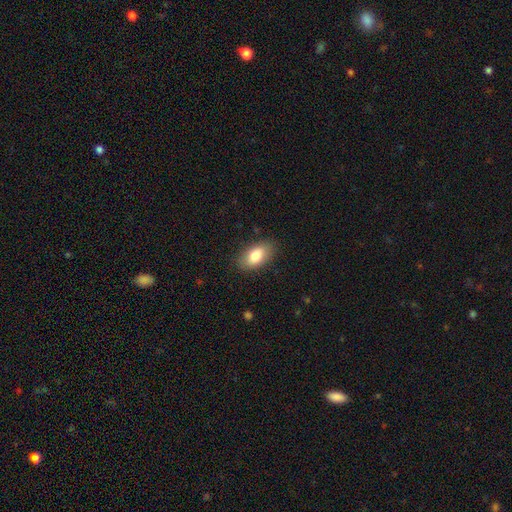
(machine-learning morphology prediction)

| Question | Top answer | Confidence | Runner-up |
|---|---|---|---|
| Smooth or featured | smooth | 80% | featured or disk (13%) |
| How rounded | in between | 91% | round (6%) |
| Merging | none | 85% | minor disturbance (11%) |